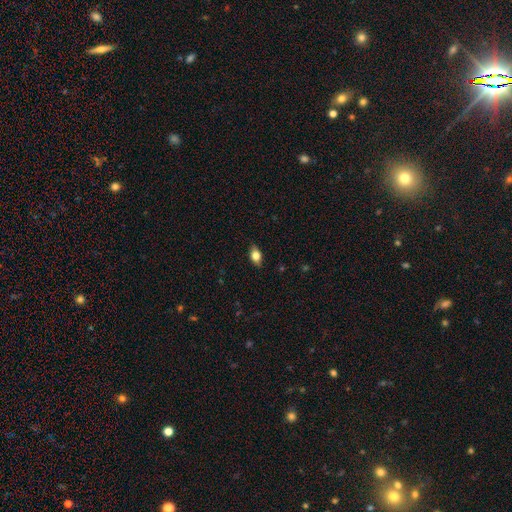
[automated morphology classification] This appears to be a smooth galaxy with no disk features (71%) that is in between round and cigar-shaped (82%). Merging: none (84%).